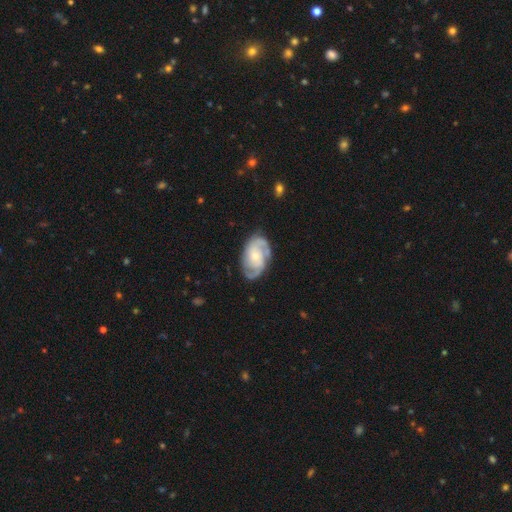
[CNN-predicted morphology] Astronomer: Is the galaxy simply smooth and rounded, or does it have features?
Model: featured or disk — 83%.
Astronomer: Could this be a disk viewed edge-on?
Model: no — 97%.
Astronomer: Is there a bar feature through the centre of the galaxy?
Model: no — 64%.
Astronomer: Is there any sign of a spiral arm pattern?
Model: yes — 95%.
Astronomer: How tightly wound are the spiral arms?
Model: medium — 44% (runner-up: tight, 42%).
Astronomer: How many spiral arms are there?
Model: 2 — 73%.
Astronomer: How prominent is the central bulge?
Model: small — 56% (runner-up: moderate, 36%).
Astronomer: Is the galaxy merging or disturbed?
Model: none — 75%.